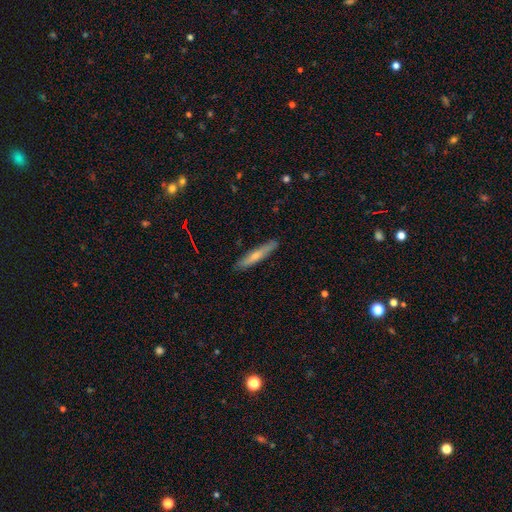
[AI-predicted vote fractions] A smooth galaxy with no disk features (54%) that is cigar-shaped (92%). Merging: none (87%).